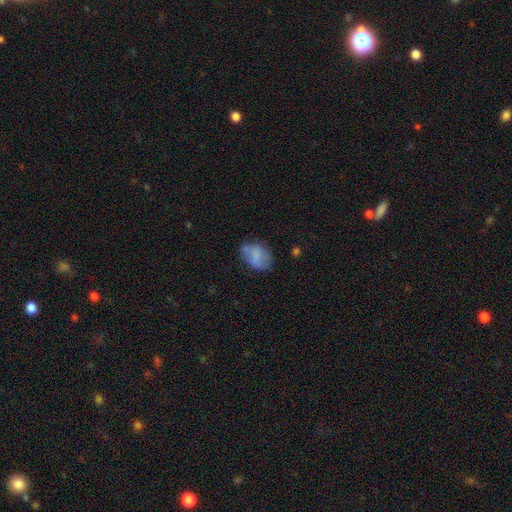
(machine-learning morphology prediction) This is likely a smooth galaxy (68%). How rounded: likely in between (74%). Merging: possibly none (55%).